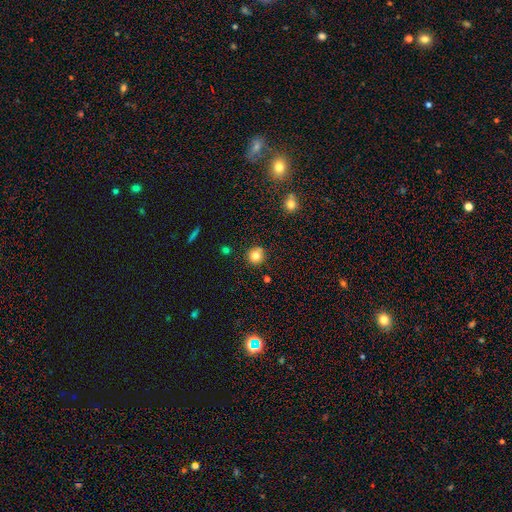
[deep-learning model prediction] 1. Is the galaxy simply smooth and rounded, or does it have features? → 79% smooth, 13% star or artifact, 8% featured or disk.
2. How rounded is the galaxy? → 93% round, 6% in between, 1% cigar-shaped.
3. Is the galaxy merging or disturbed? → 85% none, 8% minor disturbance, 5% merger, 2% major disturbance.